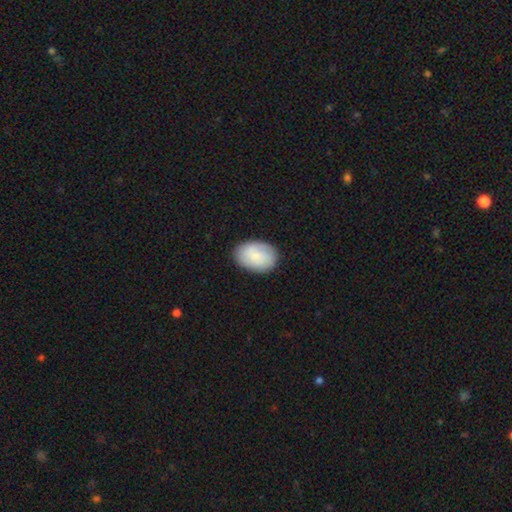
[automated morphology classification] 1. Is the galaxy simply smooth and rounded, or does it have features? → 81% smooth, 13% featured or disk, 6% star or artifact.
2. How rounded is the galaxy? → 83% in between, 16% round, 1% cigar-shaped.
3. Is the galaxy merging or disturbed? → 85% none, 12% minor disturbance, 3% major disturbance, 1% merger.